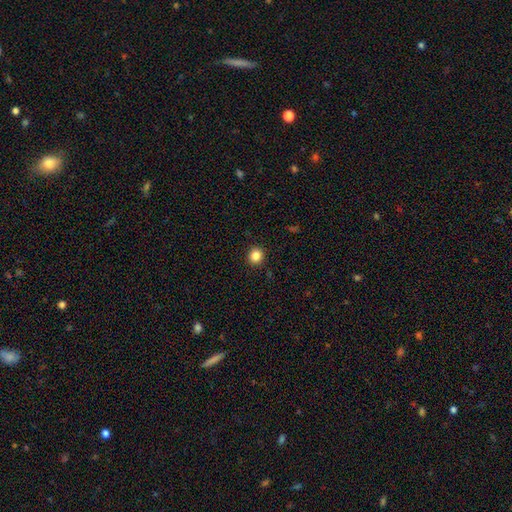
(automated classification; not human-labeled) Overall: smooth (85%). How rounded: round (86%). Merging: none (92%).